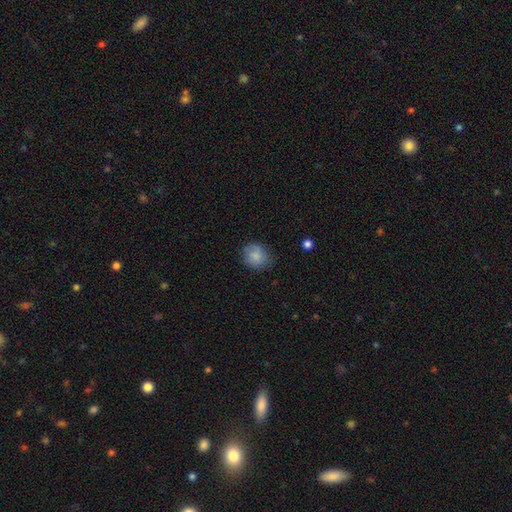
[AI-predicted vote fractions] A smooth galaxy with no disk features (84%) that is round (73%).

Vote fractions:
- Smooth or featured? smooth: 84% / star or artifact: 8% / featured or disk: 8%
- How rounded? round: 73% / in between: 26% / cigar-shaped: 1%
- Merging? none: 76% / minor disturbance: 19% / major disturbance: 4% / merger: 1%